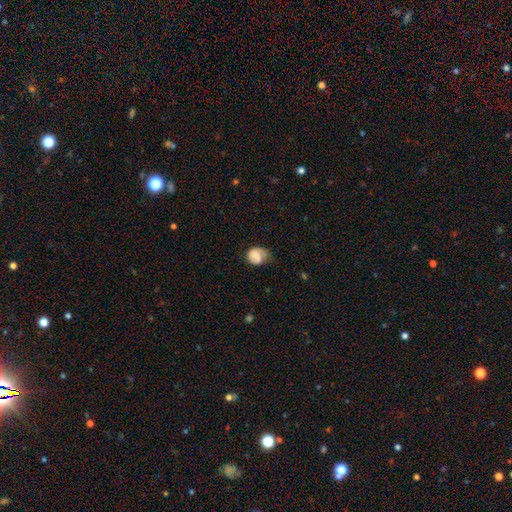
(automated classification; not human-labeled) A smooth galaxy with no disk features (70%) that is round (55%). Merging: none (39%).